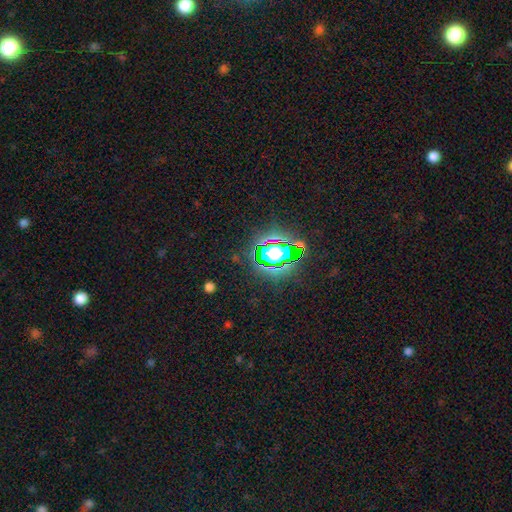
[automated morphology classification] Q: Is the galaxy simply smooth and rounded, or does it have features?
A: star or artifact — 79%.